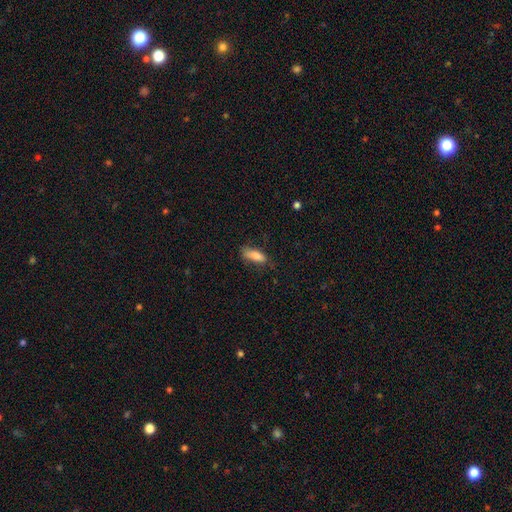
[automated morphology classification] The model was most divided on "how rounded": in between: 63%, cigar-shaped: 35%, round: 2%. More confident: smooth or featured — smooth (83%); merging — none (64%).